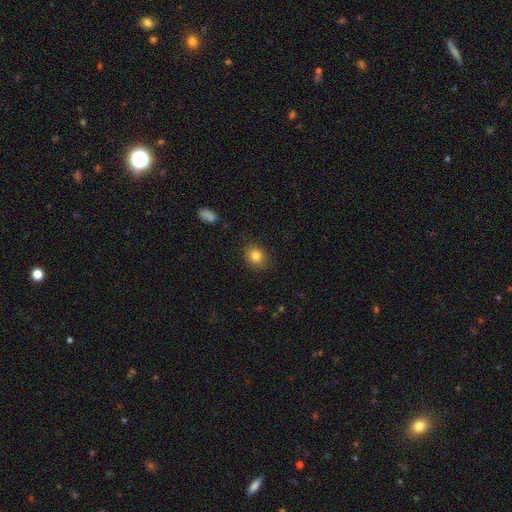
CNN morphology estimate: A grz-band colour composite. It shows a smooth galaxy with no disk features (83%) that is round (64%). Merging: none (85%).